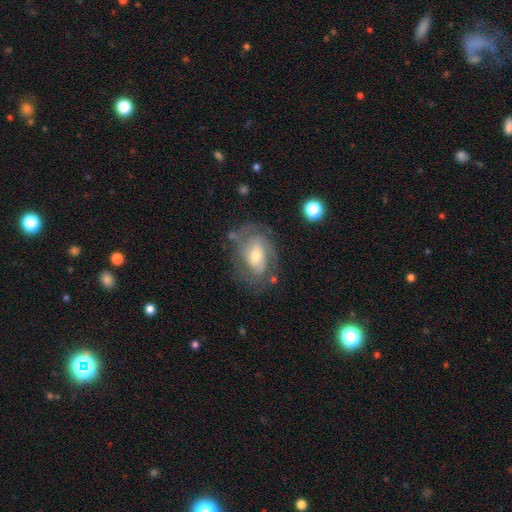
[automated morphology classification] A featured or disk galaxy (80%) with a weak bar (44%), 2 (45%) tight (54%) spiral arms (90%) and a moderate central bulge (62%).

Vote fractions:
- Smooth or featured? featured or disk: 80% / smooth: 14% / star or artifact: 6%
- Edge-on disk? no: 96% / yes: 4%
- Bar? weak: 44% / no: 40% / strong: 16%
- Spiral arms? yes: 90% / no: 10%
- Spiral winding? tight: 54% / medium: 36% / loose: 10%
- Spiral arm count? 2: 45% / can't tell: 26% / 3: 18% / 1: 5% / 4: 4% / more than 4: 3%
- Bulge size? moderate: 62% / small: 30% / large: 6% / none: 1% / dominant: 1%
- Merging? none: 66% / minor disturbance: 20% / major disturbance: 11% / merger: 3%